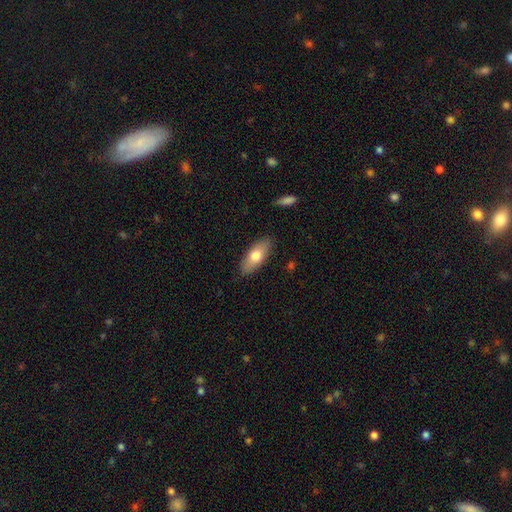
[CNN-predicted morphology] Smooth or featured?
  - smooth: 72% *
  - featured or disk: 22%
  - star or artifact: 6%
How rounded?
  - in between: 81% *
  - cigar-shaped: 17%
  - round: 3%
Merging?
  - none: 87% *
  - minor disturbance: 10%
  - major disturbance: 2%
  - merger: 1%